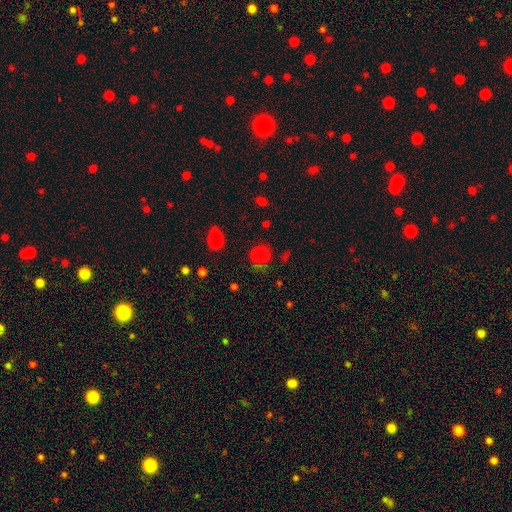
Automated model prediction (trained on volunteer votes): This is likely a smooth galaxy (75%). How rounded: likely round (78%). Merging: likely none (64%).